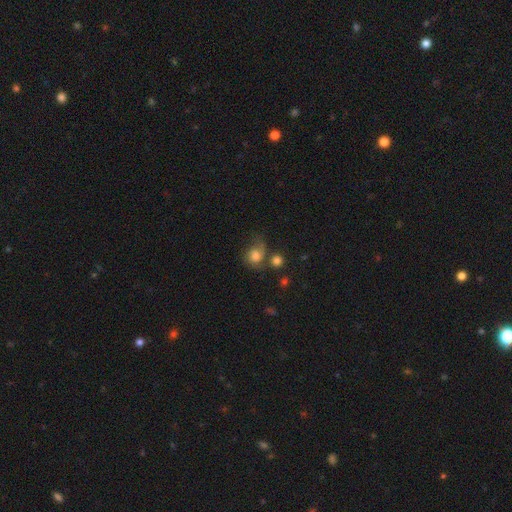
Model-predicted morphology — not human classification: This appears to be a smooth galaxy with no disk features (64%) that is round (68%). Merging: none (40%).